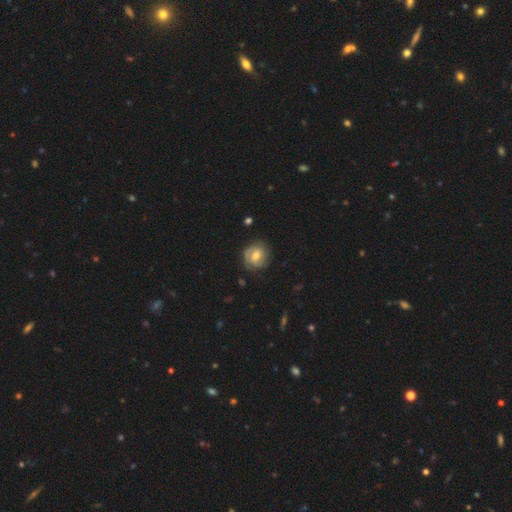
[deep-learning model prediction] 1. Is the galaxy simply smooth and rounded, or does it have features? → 60% featured or disk, 33% smooth, 7% star or artifact.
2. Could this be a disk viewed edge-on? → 97% no, 3% yes.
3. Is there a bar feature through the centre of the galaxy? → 49% weak, 35% no, 15% strong.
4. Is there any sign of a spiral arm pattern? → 84% yes, 16% no.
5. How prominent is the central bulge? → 65% moderate, 25% small, 7% large, 2% none, 1% dominant.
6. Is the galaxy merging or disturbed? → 73% none, 19% minor disturbance, 7% major disturbance, 1% merger.